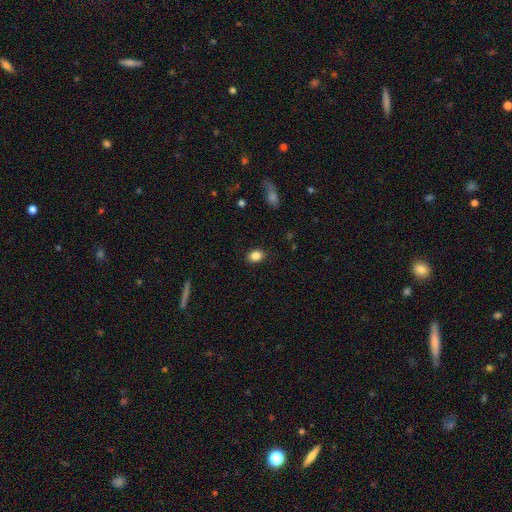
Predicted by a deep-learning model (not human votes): smooth-or-featured: smooth: 86% | star or artifact: 9% | featured or disk: 5%
  how-rounded: in between: 73% | round: 26% | cigar-shaped: 1%
  merging: none: 87% | minor disturbance: 9% | major disturbance: 2% | merger: 1%